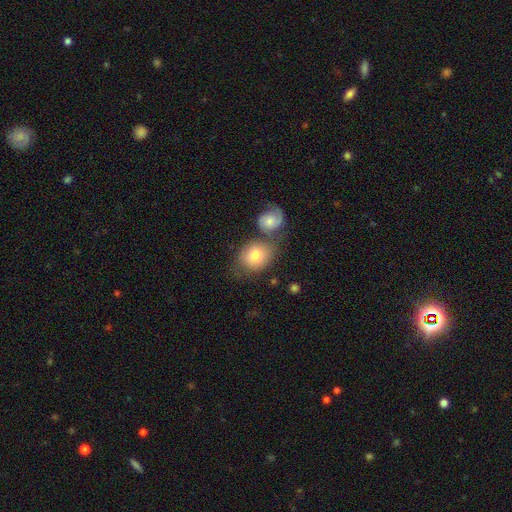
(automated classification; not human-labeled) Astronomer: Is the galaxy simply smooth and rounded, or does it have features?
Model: smooth — 75%.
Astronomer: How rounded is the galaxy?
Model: round — 65%.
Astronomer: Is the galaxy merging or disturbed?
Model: none — 46% (runner-up: merger, 35%).